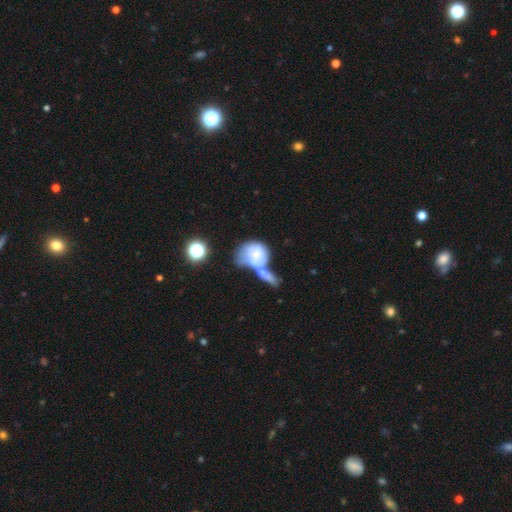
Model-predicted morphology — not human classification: A featured or disk galaxy (48%). Merging: merger (49%).